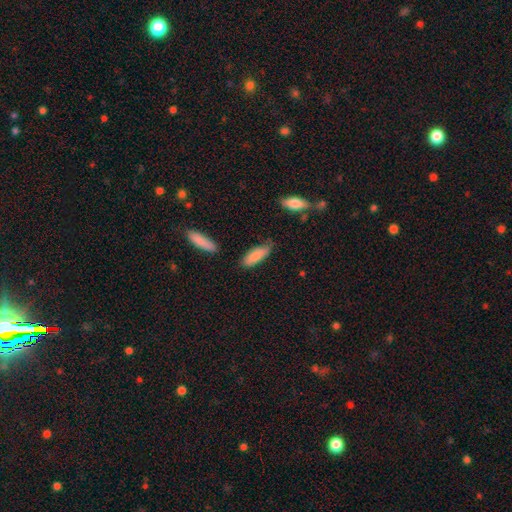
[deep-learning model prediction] smooth-or-featured: smooth: 85% | featured or disk: 9% | star or artifact: 6%
  how-rounded: in between: 66% | cigar-shaped: 33% | round: 2%
  merging: none: 65% | minor disturbance: 27% | major disturbance: 5% | merger: 4%